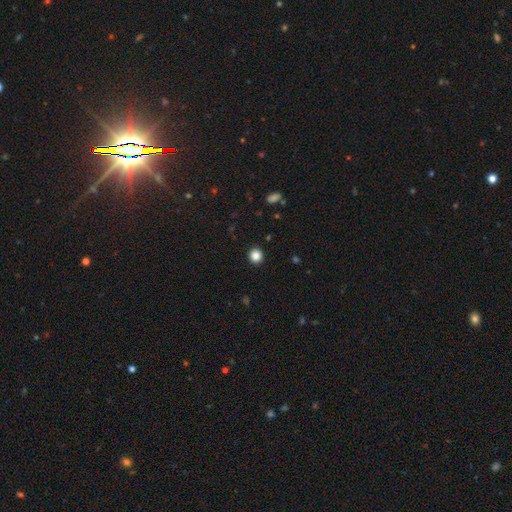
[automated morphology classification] Smooth or featured?
  - smooth: 86% *
  - star or artifact: 11%
  - featured or disk: 3%
How rounded?
  - round: 90% *
  - in between: 9%
  - cigar-shaped: 1%
Merging?
  - none: 92% *
  - minor disturbance: 5%
  - major disturbance: 2%
  - merger: 1%